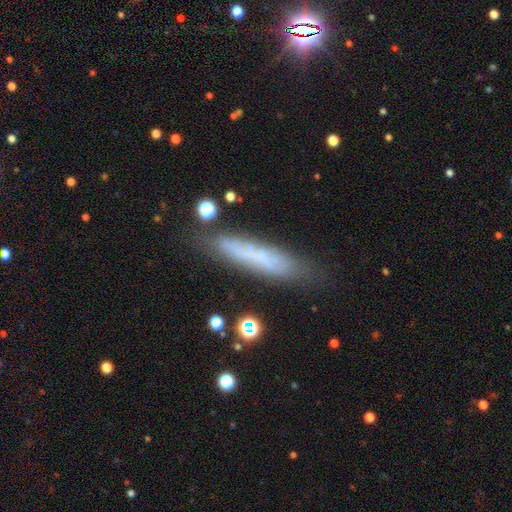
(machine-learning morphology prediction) type=smooth (59%); roundness=cigar-shaped (88%); merging=none (81%).